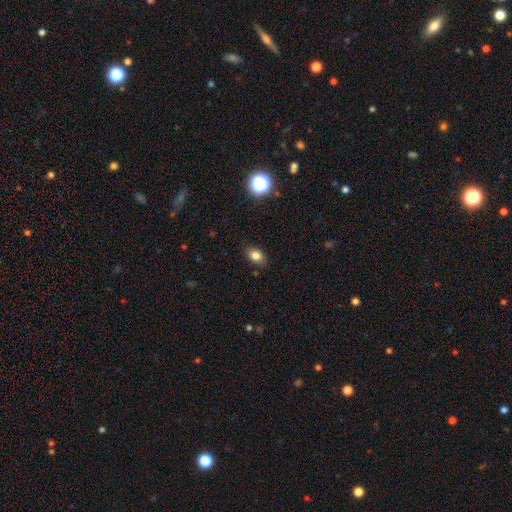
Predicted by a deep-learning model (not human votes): A smooth galaxy with no disk features (81%) that is in between round and cigar-shaped (72%). Merging: none (84%).